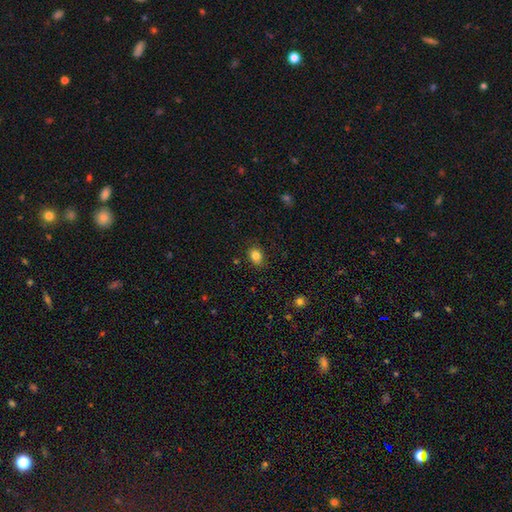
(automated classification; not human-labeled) smooth_or_featured: smooth (p=0.84) [alt: star or artifact p=0.10]
how_rounded: in between (p=0.55) [alt: round p=0.44]
merging: none (p=0.86) [alt: minor disturbance p=0.10]